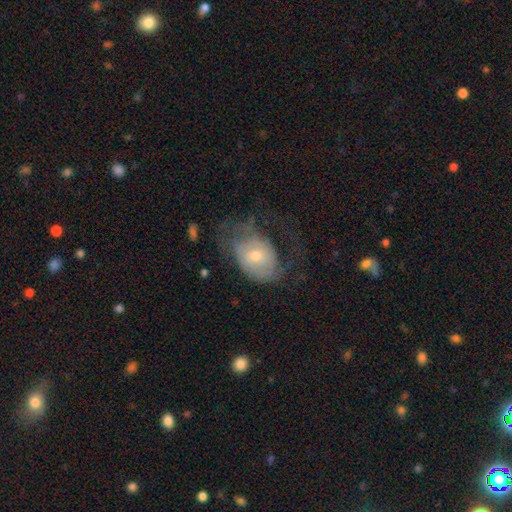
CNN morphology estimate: Q: Smooth or featured?
A: featured or disk (48%); runner-up: smooth (44%)
Q: Merging?
A: major disturbance (41%); runner-up: none (33%)